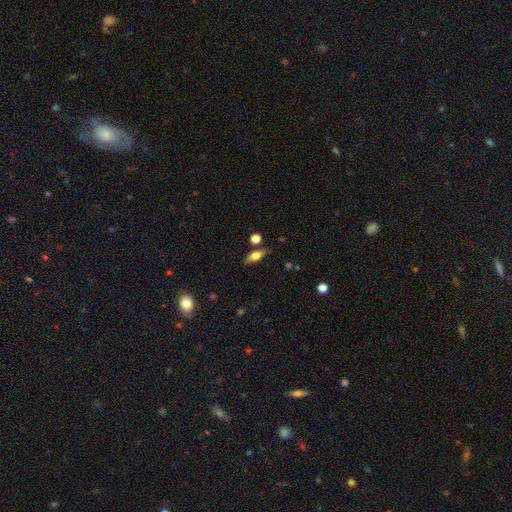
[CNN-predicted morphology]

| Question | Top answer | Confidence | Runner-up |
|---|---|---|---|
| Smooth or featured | smooth | 52% | featured or disk (39%) |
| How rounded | in between | 68% | cigar-shaped (25%) |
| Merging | none | 77% | minor disturbance (14%) |